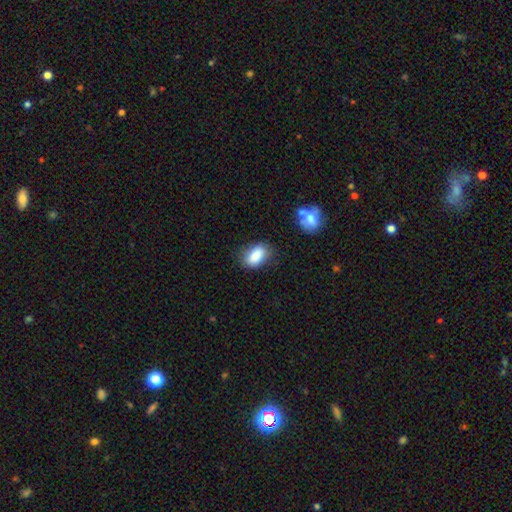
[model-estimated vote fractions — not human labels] Smooth or featured? smooth (86%)
How rounded? in between (89%)
Merging? none (72%)